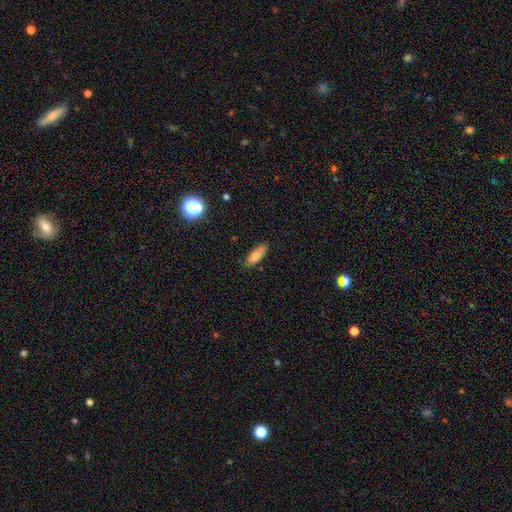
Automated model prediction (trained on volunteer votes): This appears to be a smooth galaxy with no disk features (80%) that is in between round and cigar-shaped (75%). Merging: none (77%).